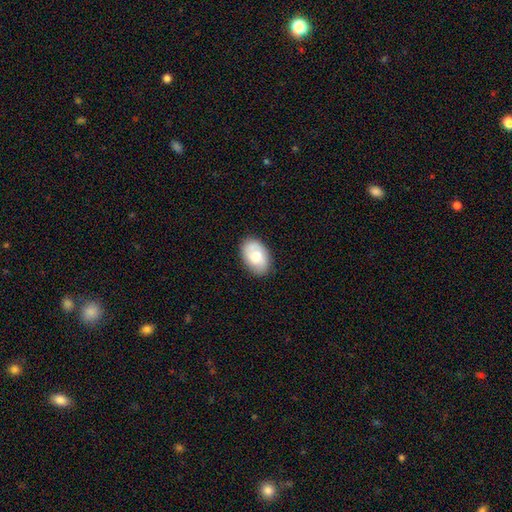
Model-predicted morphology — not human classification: smooth 69%, featured or disk 24%, star or artifact 7%. Down the decision tree: how rounded — in between (88%); merging — none (79%).